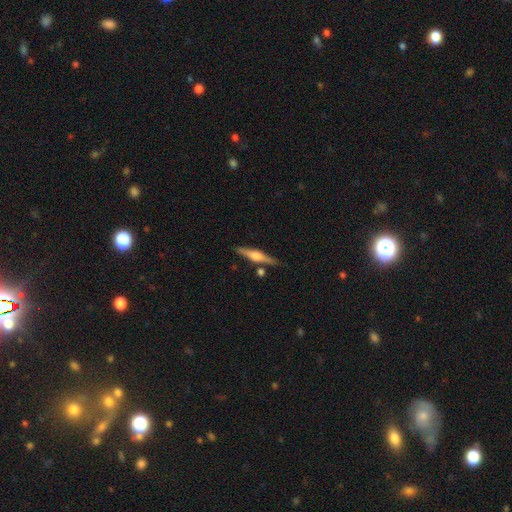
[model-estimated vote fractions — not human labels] This is likely a featured or disk galaxy (68%). It is clearly viewed edge-on (97%). Edge-on bulge: clearly rounded (83%). Merging: clearly none (82%).